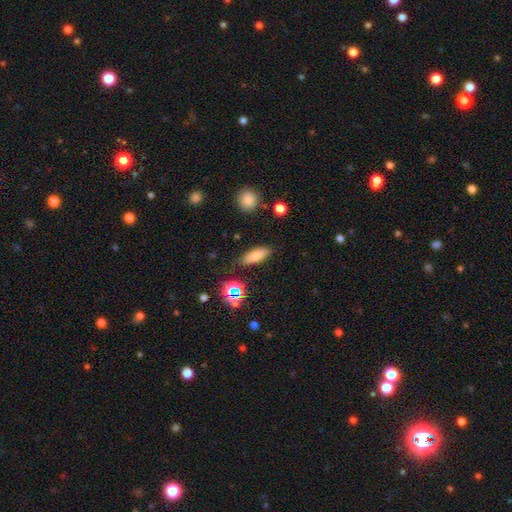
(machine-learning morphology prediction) The model was most divided on "how rounded": in between: 70%, cigar-shaped: 26%, round: 4%. More confident: merging — none (82%); smooth or featured — smooth (75%).